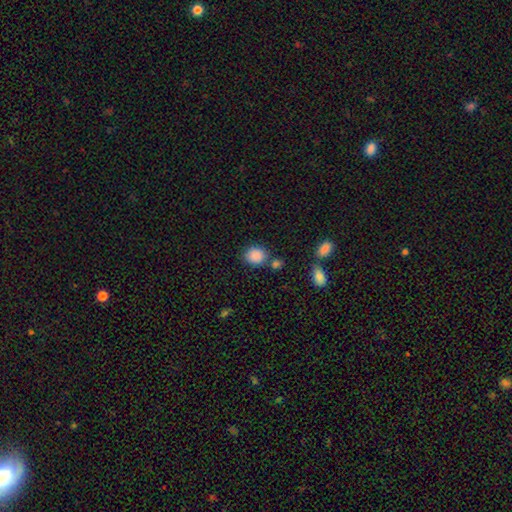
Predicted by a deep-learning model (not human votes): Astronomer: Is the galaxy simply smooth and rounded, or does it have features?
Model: smooth — 87%.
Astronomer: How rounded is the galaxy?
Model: round — 68%.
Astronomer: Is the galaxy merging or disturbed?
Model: none — 71%.